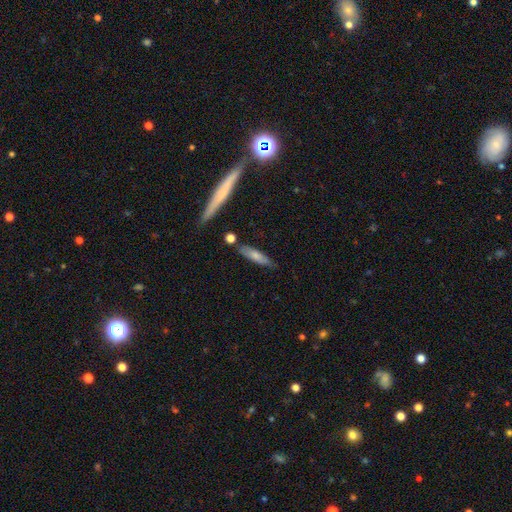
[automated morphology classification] Smooth or featured: smooth — 68% (featured or disk — 26%)
How rounded: cigar-shaped — 73% (in between — 25%)
Merging: none — 75% (minor disturbance — 15%)